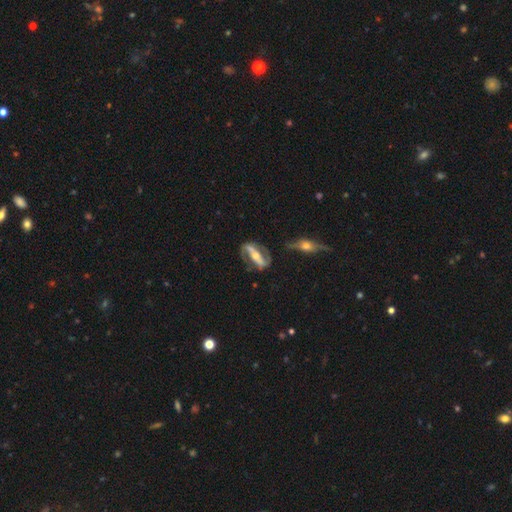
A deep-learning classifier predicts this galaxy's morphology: The model was most divided on "spiral winding": medium: 41%, loose: 33%, tight: 25%. More confident: spiral arm count — 2 (90%); spiral arms — yes (87%); edge-on disk — no (86%); smooth or featured — featured or disk (86%); bar — strong (74%); merging — none (71%); bulge size — moderate (55%).